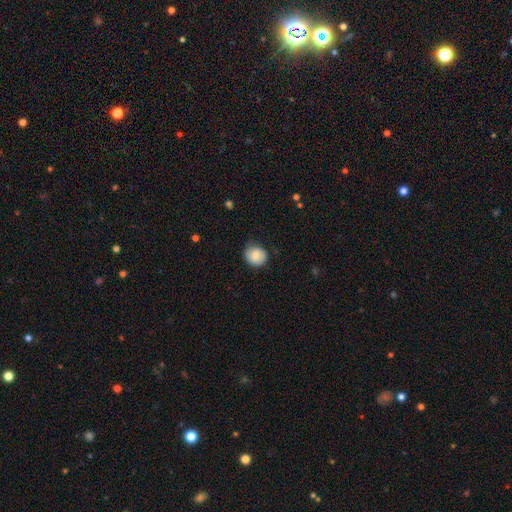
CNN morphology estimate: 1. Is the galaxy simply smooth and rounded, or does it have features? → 77% smooth, 16% featured or disk, 7% star or artifact.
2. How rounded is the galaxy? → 78% round, 21% in between, 1% cigar-shaped.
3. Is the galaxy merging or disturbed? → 70% none, 24% minor disturbance, 5% major disturbance, 1% merger.